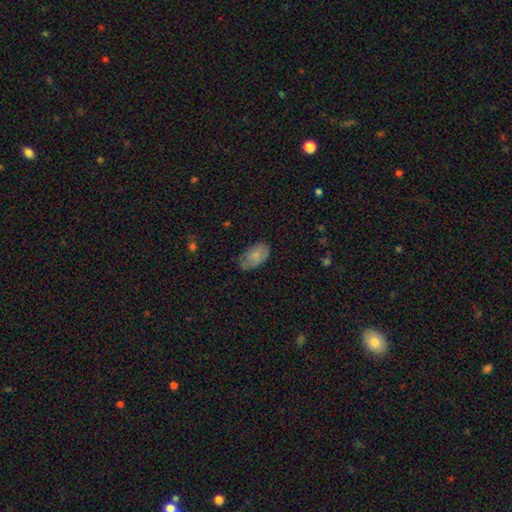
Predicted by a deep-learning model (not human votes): This appears to be a smooth galaxy with no disk features (77%) that is in between round and cigar-shaped (93%). Merging: none (64%).